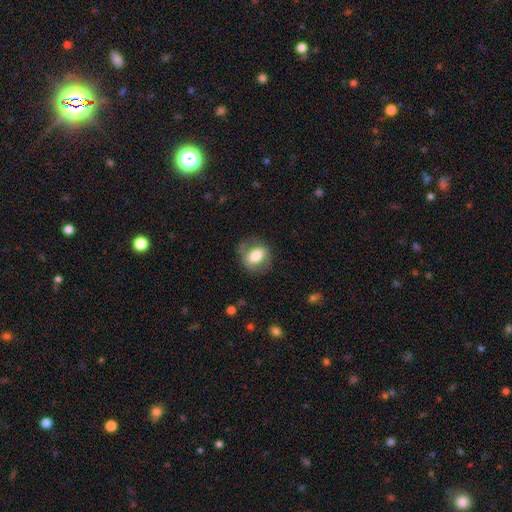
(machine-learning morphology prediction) This appears to be a smooth galaxy with no disk features (66%) that is in between round and cigar-shaped (56%). Merging: none (75%).